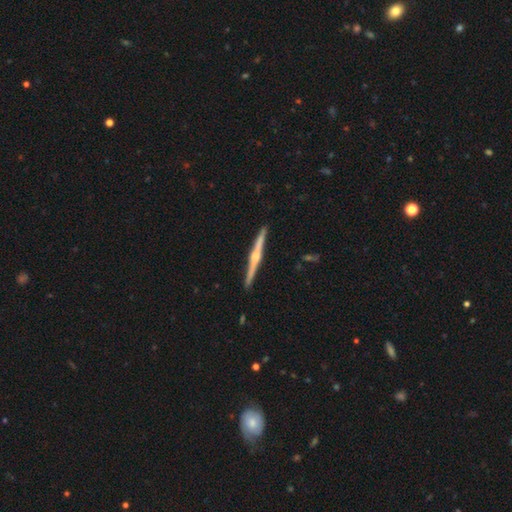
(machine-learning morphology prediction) smooth_or_featured: featured or disk (p=0.81) [alt: smooth p=0.14]
disk_edge_on: yes (p=0.99) [alt: no p=0.01]
edge_on_bulge: rounded (p=0.87) [alt: none p=0.07]
merging: none (p=0.92) [alt: minor disturbance p=0.06]